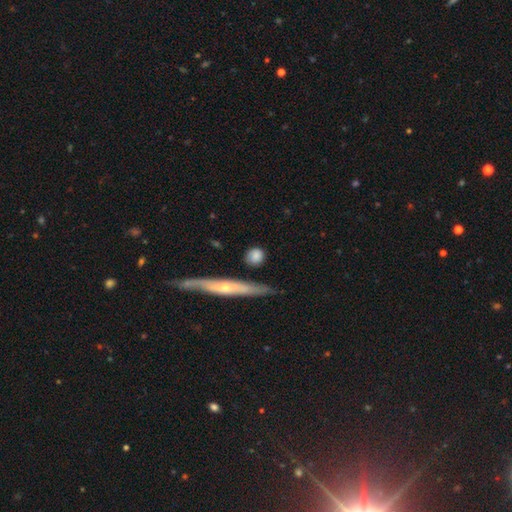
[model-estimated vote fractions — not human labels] Smooth or featured?
  - smooth: 78% *
  - featured or disk: 16%
  - star or artifact: 7%
How rounded?
  - round: 75% *
  - in between: 15%
  - cigar-shaped: 10%
Merging?
  - none: 79% *
  - minor disturbance: 13%
  - merger: 4%
  - major disturbance: 4%